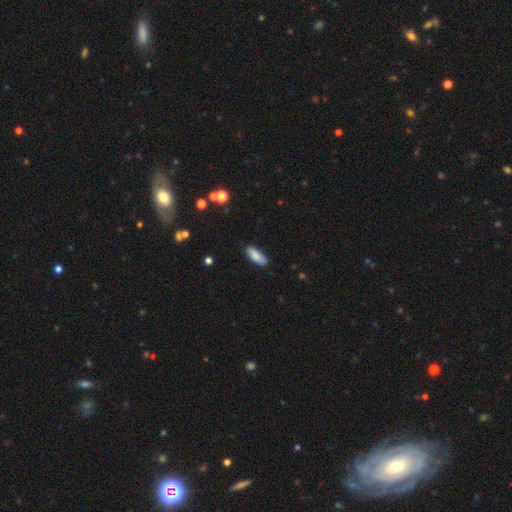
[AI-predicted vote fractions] Smooth or featured? Predicted: smooth (p=0.86). How rounded? Predicted: in between (p=0.72). Merging? Predicted: none (p=0.82).